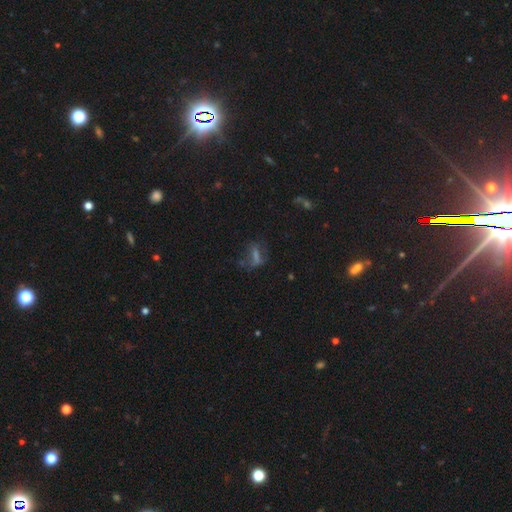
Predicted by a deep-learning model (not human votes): A smooth galaxy with no disk features (35%).

Vote fractions:
- Smooth or featured? smooth: 35% / star or artifact: 34% / featured or disk: 32%
- Merging? none: 53% / major disturbance: 22% / minor disturbance: 21% / merger: 4%